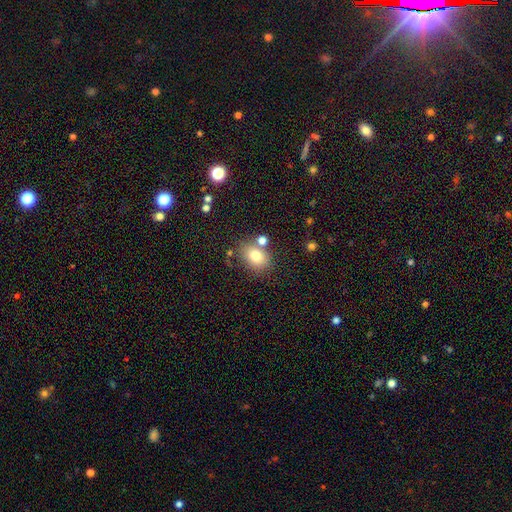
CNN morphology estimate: A smooth galaxy with no disk features (76%) that is in between round and cigar-shaped (60%).

Vote fractions:
- Smooth or featured? smooth: 76% / featured or disk: 12% / star or artifact: 11%
- How rounded? in between: 60% / round: 39% / cigar-shaped: 1%
- Merging? none: 68% / merger: 14% / minor disturbance: 13% / major disturbance: 4%